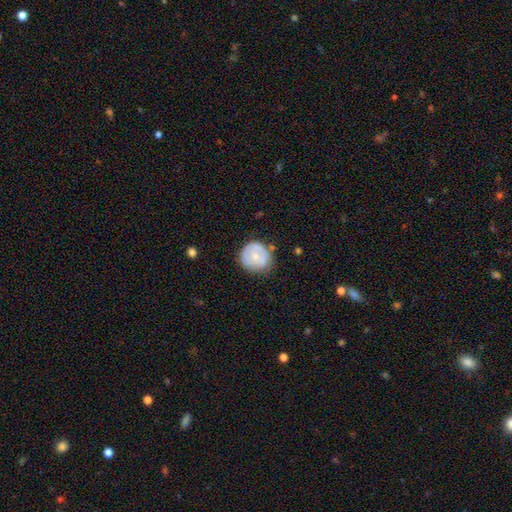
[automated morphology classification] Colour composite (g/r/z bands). It shows a smooth galaxy with no disk features (56%) that is round (89%). Merging: none (63%).